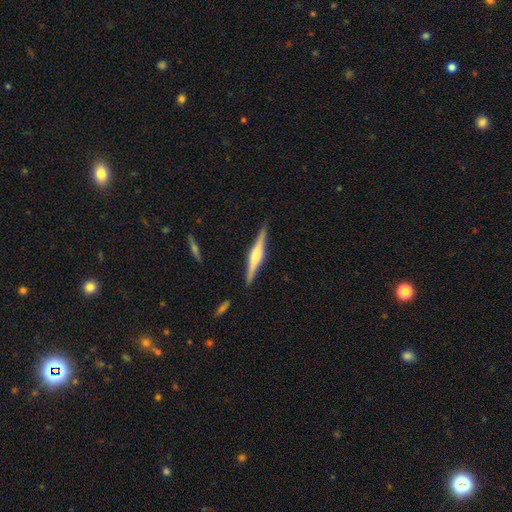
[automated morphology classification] Overall: featured or disk (72%). Edge-on disk: yes (98%). Edge-on bulge: rounded (68%). Merging: none (90%).